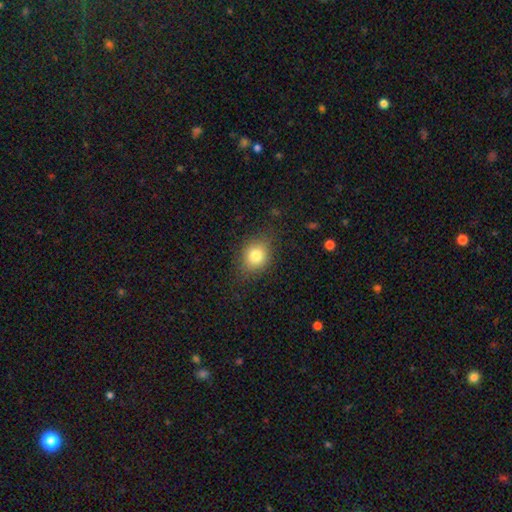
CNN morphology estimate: Smooth or featured? smooth (79%)
How rounded? round (56%)
Merging? none (77%)